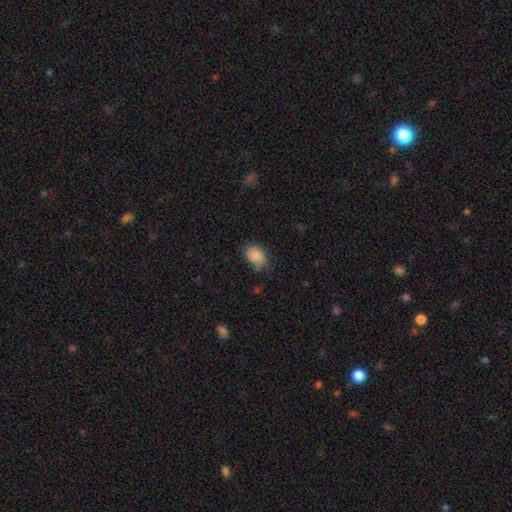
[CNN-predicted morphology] A smooth galaxy with no disk features (87%) that is in between round and cigar-shaped (76%). Merging: none (69%).